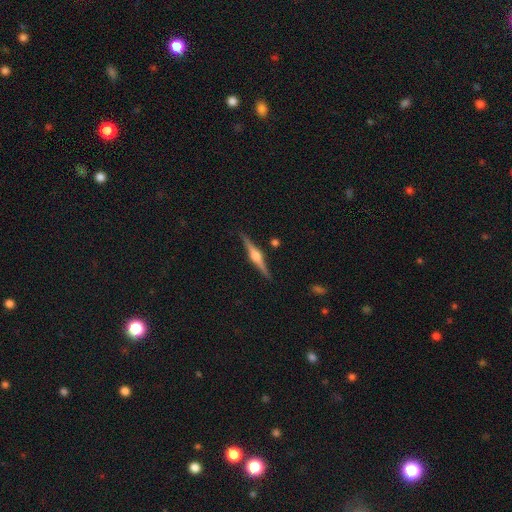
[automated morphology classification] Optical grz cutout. It shows a featured or disk galaxy (83%) viewed edge-on (98%) with a rounded central bulge (93%). Merging: none (90%).